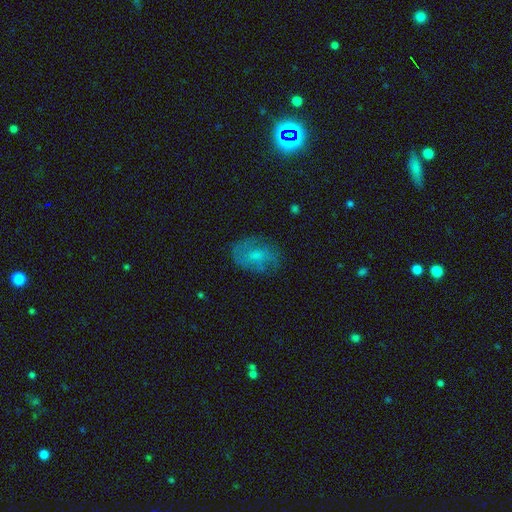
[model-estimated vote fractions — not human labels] Smooth or featured? smooth (48%)
Merging? none (68%)